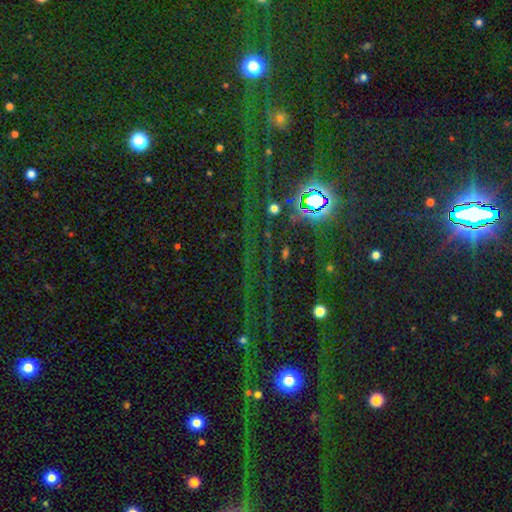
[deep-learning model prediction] Overall: star or artifact (79%).